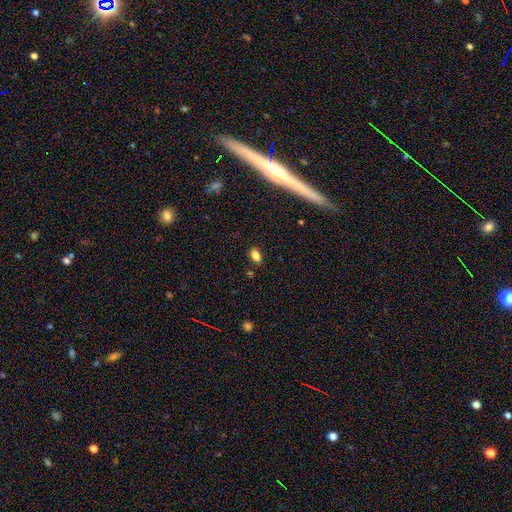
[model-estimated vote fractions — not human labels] The model was most divided on "smooth or featured": smooth: 81%, star or artifact: 13%, featured or disk: 6%. More confident: how rounded — in between (84%); merging — none (83%).